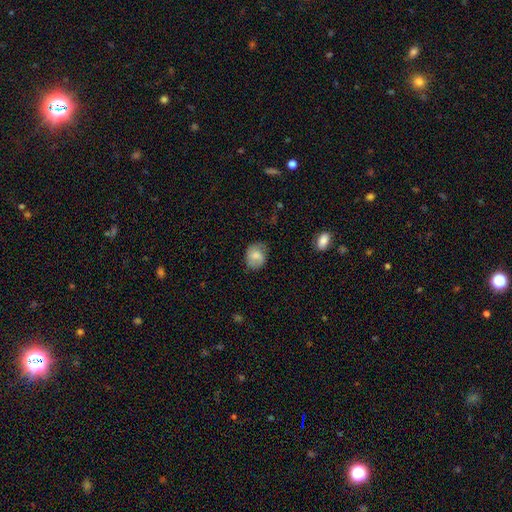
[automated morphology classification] A smooth galaxy with no disk features (69%) that is round (60%).

Vote fractions:
- Smooth or featured? smooth: 69% / featured or disk: 23% / star or artifact: 8%
- How rounded? round: 60% / in between: 39% / cigar-shaped: 1%
- Merging? none: 65% / minor disturbance: 26% / major disturbance: 8% / merger: 1%